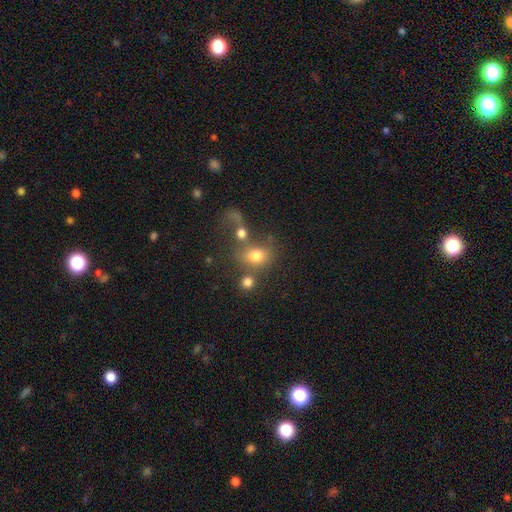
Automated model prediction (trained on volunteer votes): Smooth or featured?
  - smooth: 70% *
  - featured or disk: 15%
  - star or artifact: 14%
How rounded?
  - round: 57% *
  - in between: 41%
  - cigar-shaped: 2%
Merging?
  - none: 39% *
  - merger: 35%
  - major disturbance: 14%
  - minor disturbance: 12%